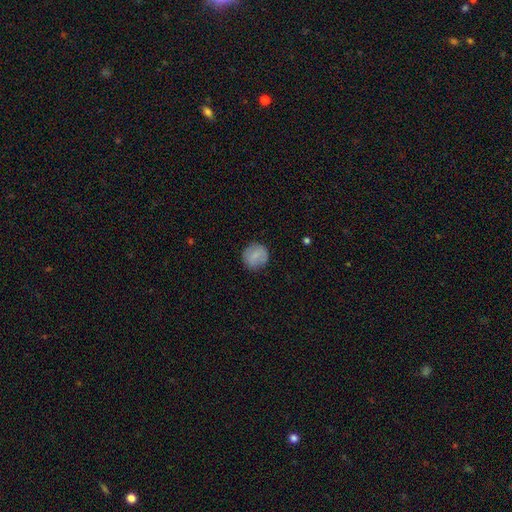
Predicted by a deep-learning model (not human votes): This appears to be a smooth galaxy with no disk features (78%) that is round (90%). Merging: none (85%).